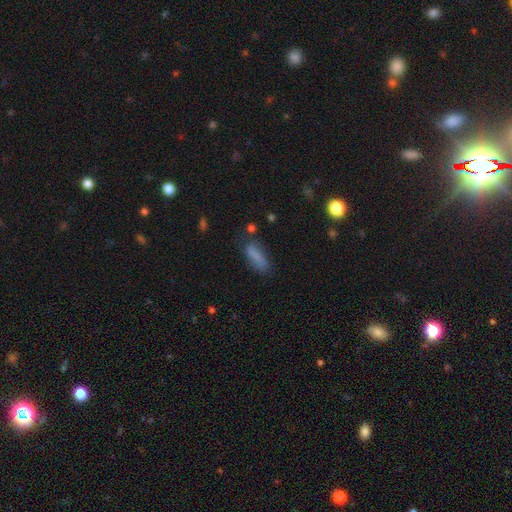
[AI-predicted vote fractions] Smooth or featured?
  - smooth: 75% *
  - featured or disk: 16%
  - star or artifact: 9%
How rounded?
  - in between: 51% *
  - cigar-shaped: 46%
  - round: 3%
Merging?
  - none: 66% *
  - minor disturbance: 22%
  - major disturbance: 8%
  - merger: 4%